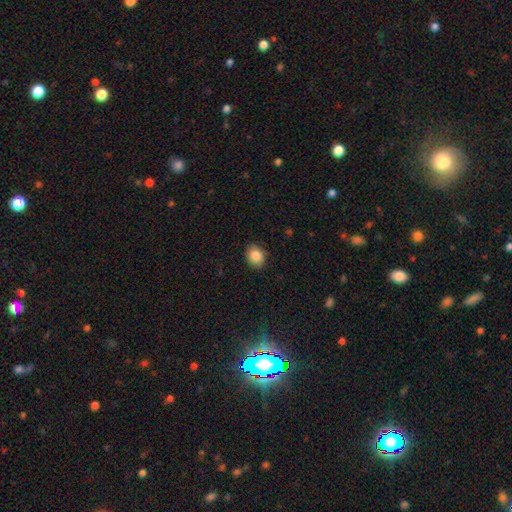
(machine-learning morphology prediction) smooth_or_featured: smooth (p=0.87) [alt: star or artifact p=0.08]
how_rounded: round (p=0.52) [alt: in between p=0.47]
merging: none (p=0.86) [alt: minor disturbance p=0.10]